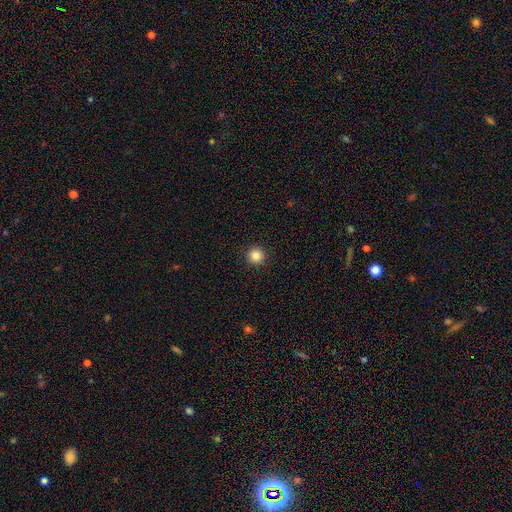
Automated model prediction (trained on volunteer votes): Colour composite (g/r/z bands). It shows a smooth galaxy with no disk features (84%) that is round (96%). Merging: none (93%).